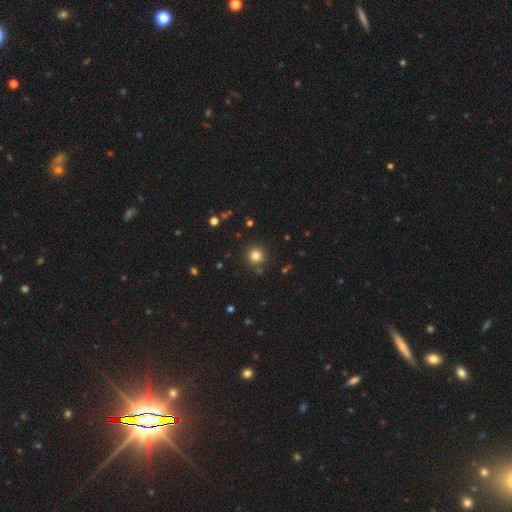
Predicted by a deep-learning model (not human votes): Q: Smooth or featured?
A: smooth (80%); runner-up: star or artifact (14%)
Q: How rounded?
A: round (95%); runner-up: in between (5%)
Q: Merging?
A: none (87%); runner-up: minor disturbance (7%)